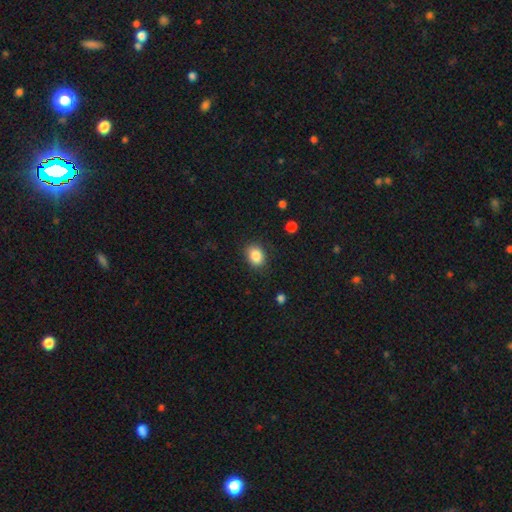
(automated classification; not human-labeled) A smooth galaxy with no disk features (86%) that is in between round and cigar-shaped (63%). Merging: none (84%).